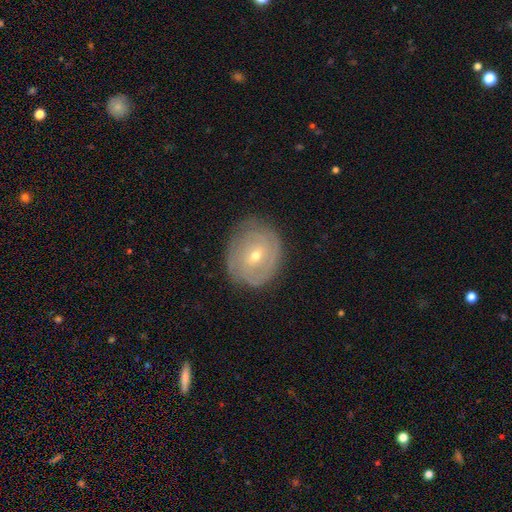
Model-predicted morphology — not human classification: The model was most divided on "bar": no: 50%, weak: 39%, strong: 11%. Remaining: edge-on disk — no (96%); spiral arms — yes (81%); merging — none (77%); spiral winding — tight (75%); smooth or featured — featured or disk (72%); bulge size — small (55%); spiral arm count — can't tell (47%).